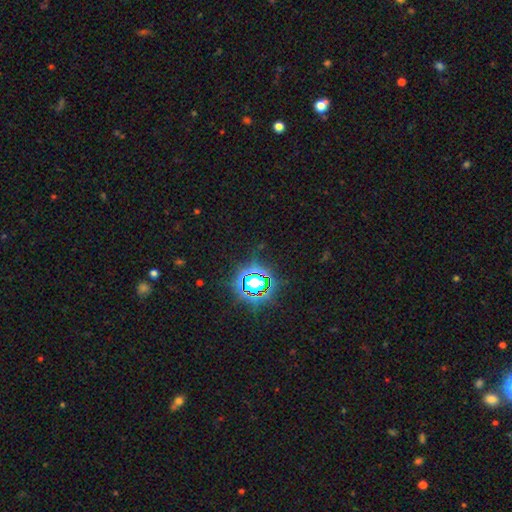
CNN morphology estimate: Q: Smooth or featured?
A: star or artifact (78%); runner-up: smooth (15%)